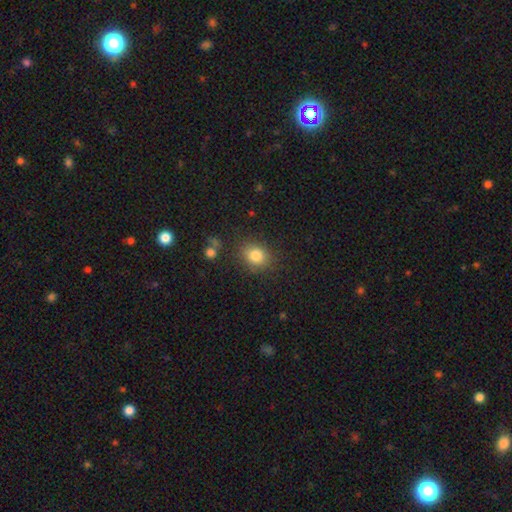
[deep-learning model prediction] Overall: smooth (82%). How rounded: round (64%; in between 35%). Merging: none (82%).